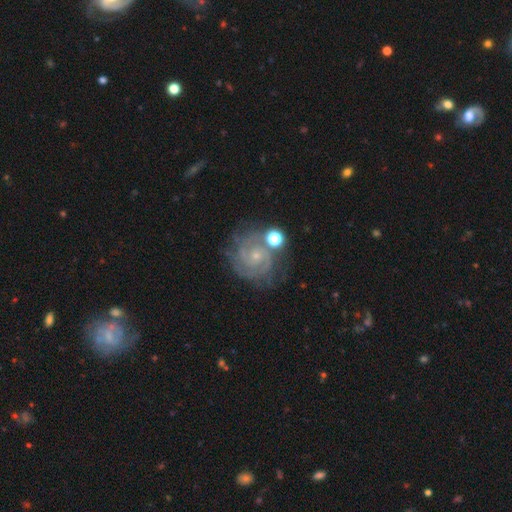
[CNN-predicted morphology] smooth_or_featured: featured or disk (p=0.85) [alt: smooth p=0.08]
disk_edge_on: no (p=0.98) [alt: yes p=0.02]
bar: no (p=0.73) [alt: weak p=0.22]
has_spiral_arms: yes (p=0.97) [alt: no p=0.03]
spiral_winding: tight (p=0.69) [alt: medium p=0.26]
spiral_arm_count: 2 (p=0.48) [alt: 3 p=0.20]
bulge_size: small (p=0.77) [alt: moderate p=0.17]
merging: none (p=0.68) [alt: minor disturbance p=0.17]